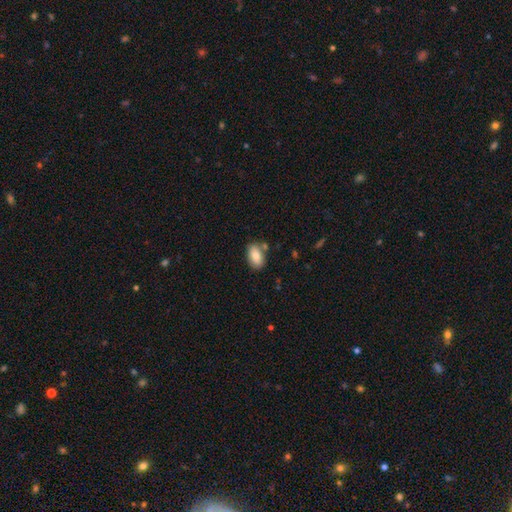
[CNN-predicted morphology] A smooth galaxy with no disk features (81%) that is in between round and cigar-shaped (90%).

Vote fractions:
- Smooth or featured? smooth: 81% / featured or disk: 12% / star or artifact: 7%
- How rounded? in between: 90% / round: 7% / cigar-shaped: 2%
- Merging? none: 75% / minor disturbance: 14% / merger: 9% / major disturbance: 3%